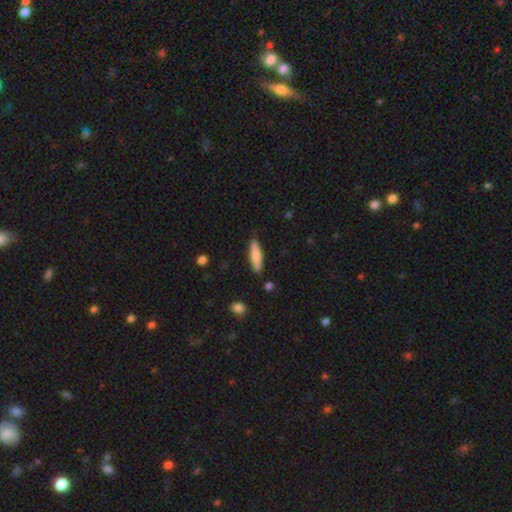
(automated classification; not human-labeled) Morphology: type=smooth (76%); roundness=cigar-shaped (77%); merging=none (85%).